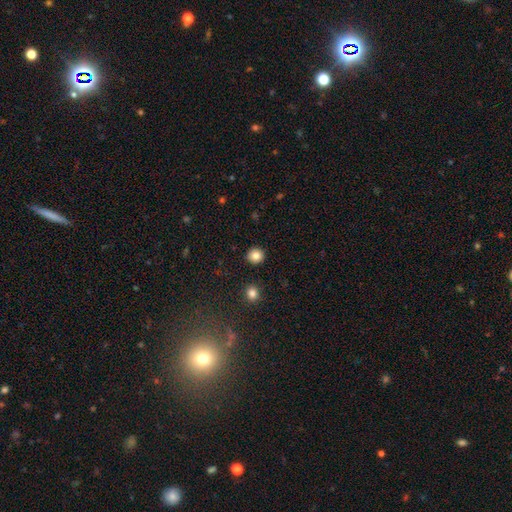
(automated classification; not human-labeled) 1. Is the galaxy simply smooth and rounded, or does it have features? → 84% smooth, 11% star or artifact, 6% featured or disk.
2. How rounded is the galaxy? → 92% round, 7% in between, 1% cigar-shaped.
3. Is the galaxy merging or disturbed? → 92% none, 5% minor disturbance, 2% major disturbance, 1% merger.